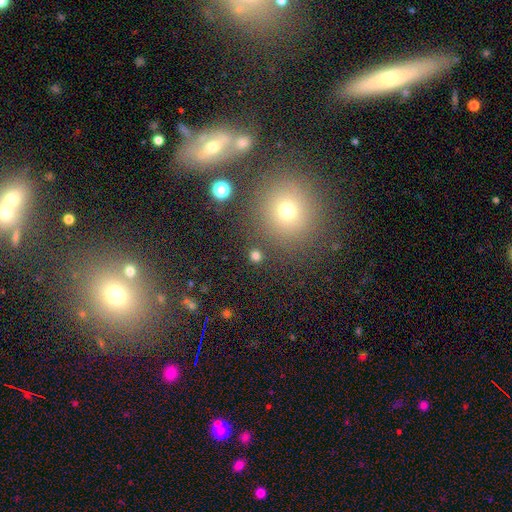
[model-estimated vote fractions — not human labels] Overall: smooth (76%). How rounded: round (88%). Merging: none (86%).